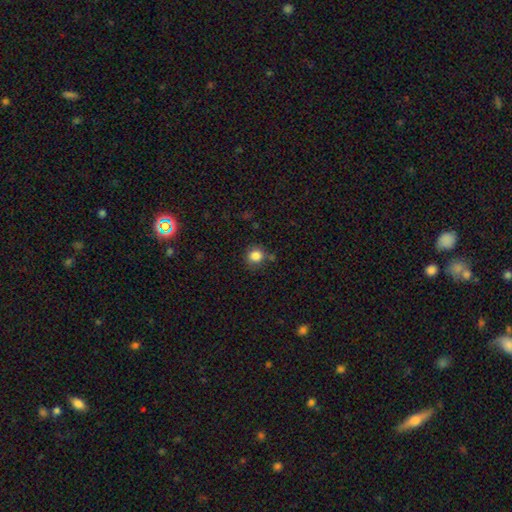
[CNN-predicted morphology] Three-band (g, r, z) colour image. It shows a smooth galaxy with no disk features (84%) that is round (86%). Merging: none (77%).